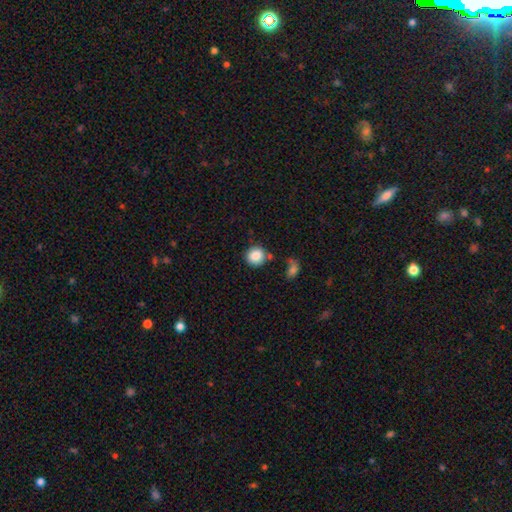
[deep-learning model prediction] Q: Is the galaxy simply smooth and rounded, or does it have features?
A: smooth — 86%.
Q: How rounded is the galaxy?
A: round — 90%.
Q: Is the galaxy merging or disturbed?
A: none — 77%.